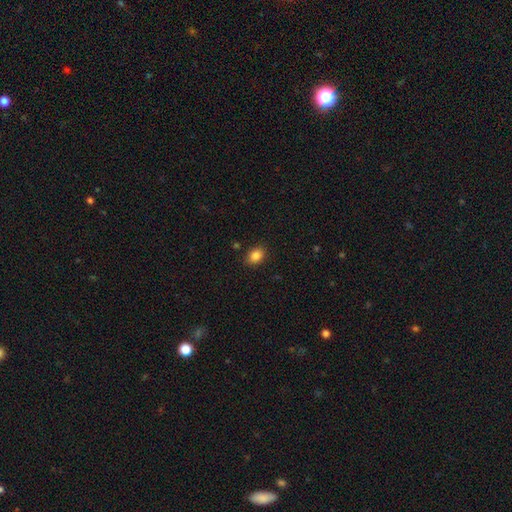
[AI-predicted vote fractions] The model was most divided on "how rounded": in between: 68%, round: 31%, cigar-shaped: 1%. More confident: merging — none (86%); smooth or featured — smooth (85%).